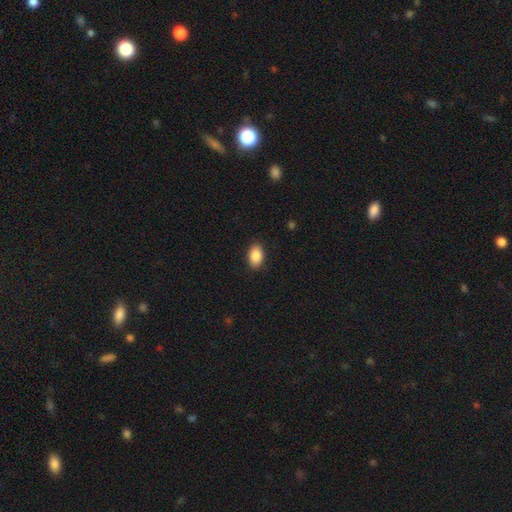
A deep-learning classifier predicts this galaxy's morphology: Smooth or featured?
  - smooth: 89% *
  - star or artifact: 7%
  - featured or disk: 4%
How rounded?
  - in between: 90% *
  - round: 9%
  - cigar-shaped: 1%
Merging?
  - none: 89% *
  - minor disturbance: 8%
  - major disturbance: 2%
  - merger: 1%